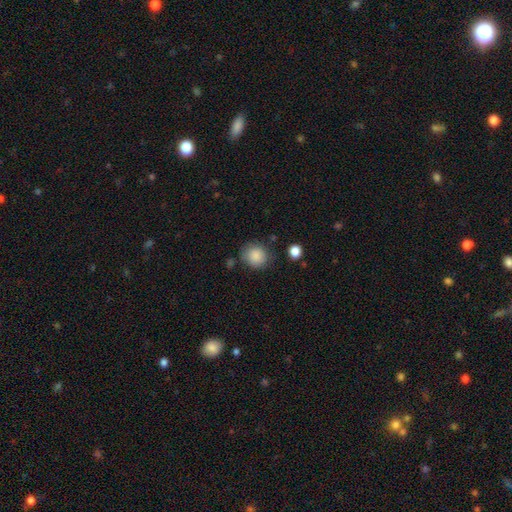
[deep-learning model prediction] A smooth galaxy with no disk features (87%) that is round (83%). Merging: none (78%).